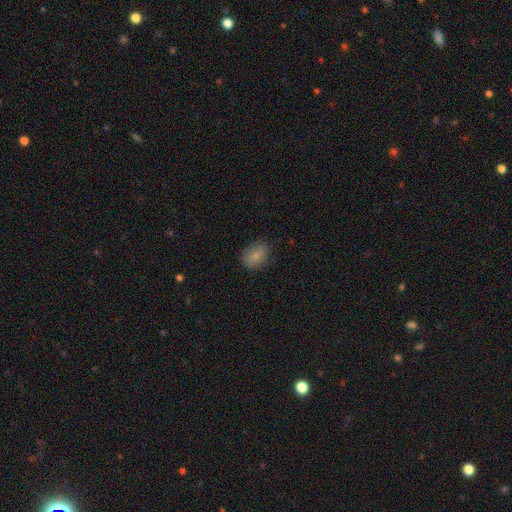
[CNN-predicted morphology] type=smooth (83%); roundness=in between (68%); merging=none (81%).